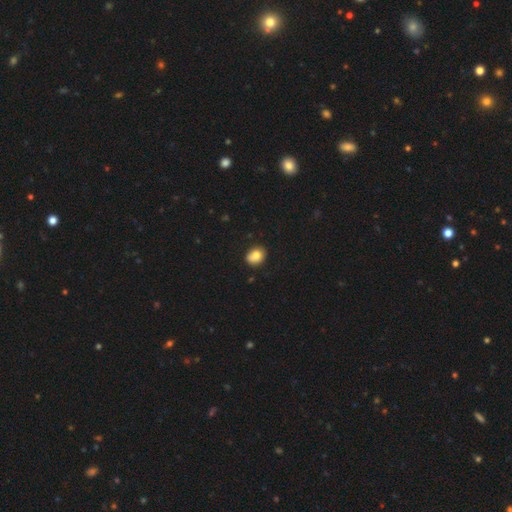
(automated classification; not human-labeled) smooth-or-featured: smooth: 81% | featured or disk: 10% | star or artifact: 9%
  how-rounded: round: 52% | in between: 47% | cigar-shaped: 1%
  merging: none: 82% | minor disturbance: 14% | major disturbance: 2% | merger: 2%